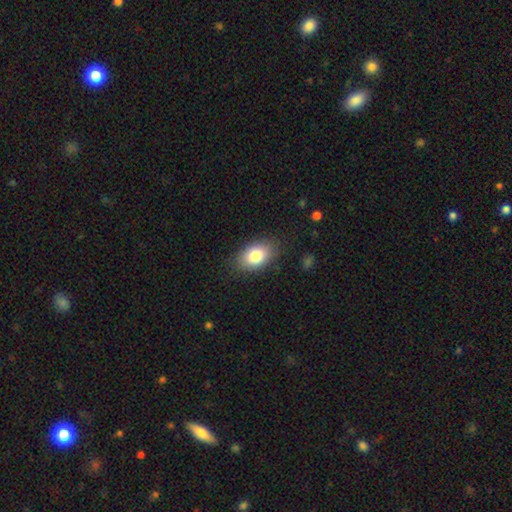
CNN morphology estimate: Overall: smooth (81%). How rounded: in between (88%). Merging: none (83%).